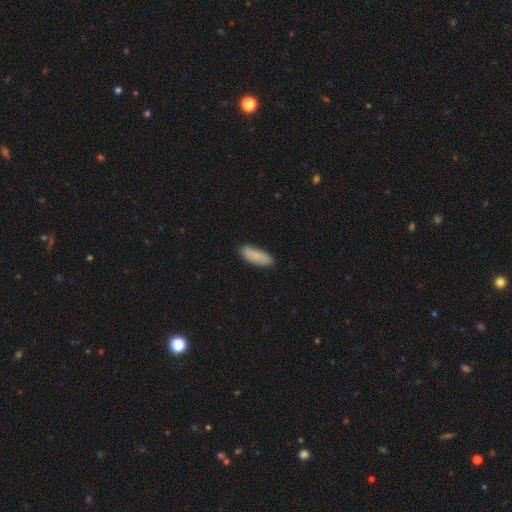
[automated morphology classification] smooth-or-featured: smooth: 85% | featured or disk: 9% | star or artifact: 6%
  how-rounded: in between: 69% | cigar-shaped: 29% | round: 2%
  merging: none: 83% | minor disturbance: 13% | major disturbance: 2% | merger: 1%